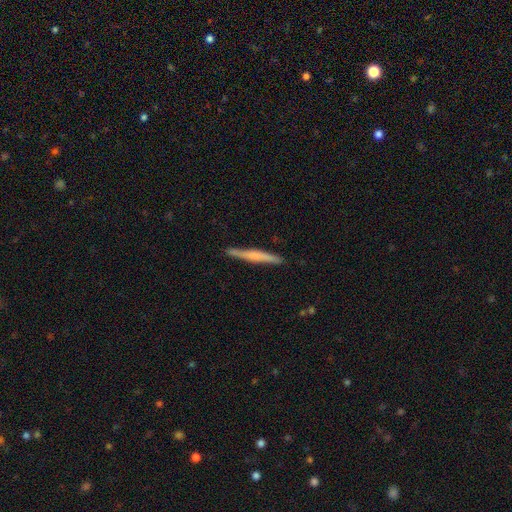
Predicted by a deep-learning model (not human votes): featured or disk 49%, smooth 46%, star or artifact 6%. Down the decision tree: merging — none (88%).